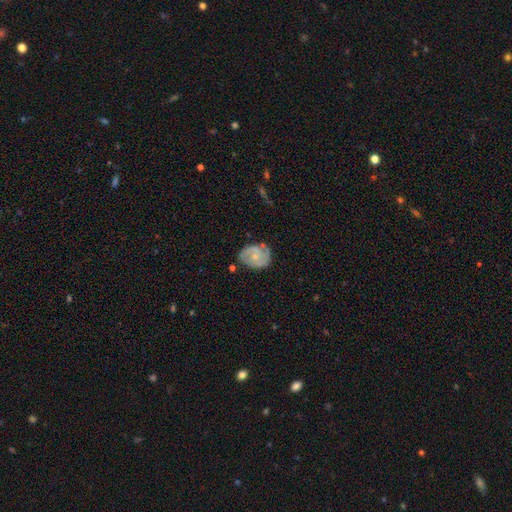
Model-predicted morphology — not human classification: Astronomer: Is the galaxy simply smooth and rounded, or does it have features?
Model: featured or disk — 75%.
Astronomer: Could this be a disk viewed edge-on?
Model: no — 97%.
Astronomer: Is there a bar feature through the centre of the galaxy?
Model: no — 64%.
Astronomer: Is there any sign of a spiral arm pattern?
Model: yes — 92%.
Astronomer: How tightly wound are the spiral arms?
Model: tight — 43%, tied with medium at 43%.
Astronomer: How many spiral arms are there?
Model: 2 — 76%.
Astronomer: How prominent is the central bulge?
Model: small — 63%.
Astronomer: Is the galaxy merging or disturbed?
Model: none — 66%.